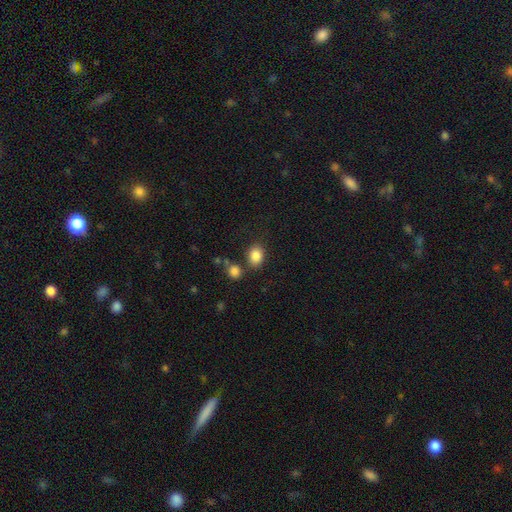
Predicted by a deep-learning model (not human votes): The model was most divided on "how rounded": in between: 53%, round: 46%, cigar-shaped: 1%. More confident: smooth or featured — smooth (86%); merging — none (74%).